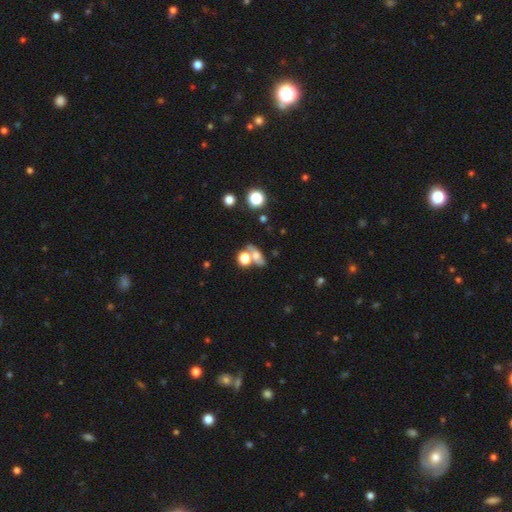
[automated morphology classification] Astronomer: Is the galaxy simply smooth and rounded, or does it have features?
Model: smooth — 58%.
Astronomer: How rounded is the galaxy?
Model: in between — 53% (runner-up: round, 38%).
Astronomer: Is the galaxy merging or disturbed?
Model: merger — 41% (runner-up: none, 39%).